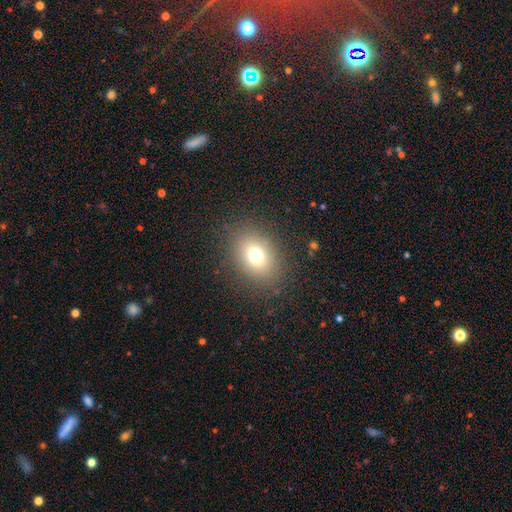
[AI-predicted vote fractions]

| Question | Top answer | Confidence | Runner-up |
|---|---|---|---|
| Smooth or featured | smooth | 72% | star or artifact (16%) |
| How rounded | in between | 58% | round (41%) |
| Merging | none | 85% | minor disturbance (9%) |